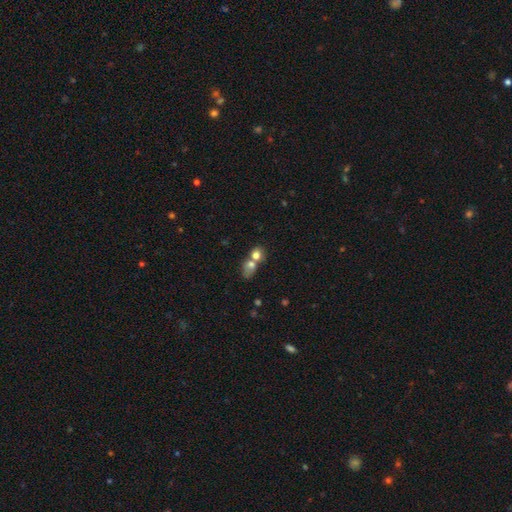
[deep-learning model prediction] The model was most divided on "how rounded": round: 54%, in between: 44%, cigar-shaped: 2%. More confident: smooth or featured — smooth (72%); merging — merger (61%).